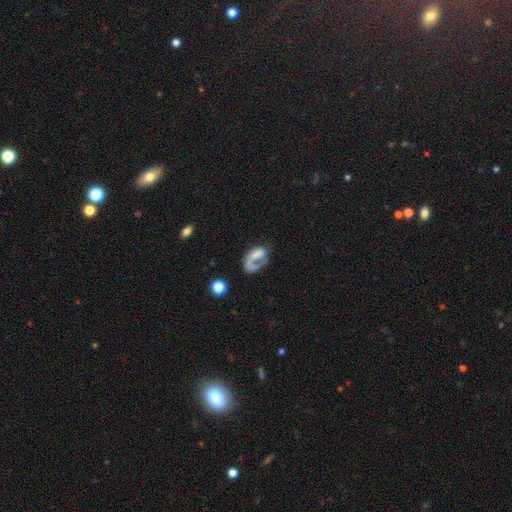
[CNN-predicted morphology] smooth-or-featured: featured or disk: 52% | smooth: 38% | star or artifact: 10%
  disk-edge-on: no: 97% | yes: 3%
    bar: no: 76% | weak: 17% | strong: 6%
    has-spiral-arms: no: 52% | yes: 48%
    bulge-size: none: 55% | small: 16% | moderate: 16% | large: 10% | dominant: 3%
  merging: major disturbance: 44% | none: 30% | minor disturbance: 17% | merger: 9%